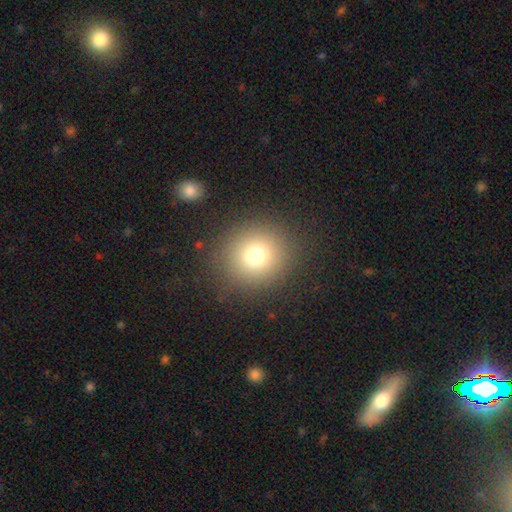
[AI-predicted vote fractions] Overall: smooth (75%). How rounded: round (88%). Merging: none (87%).